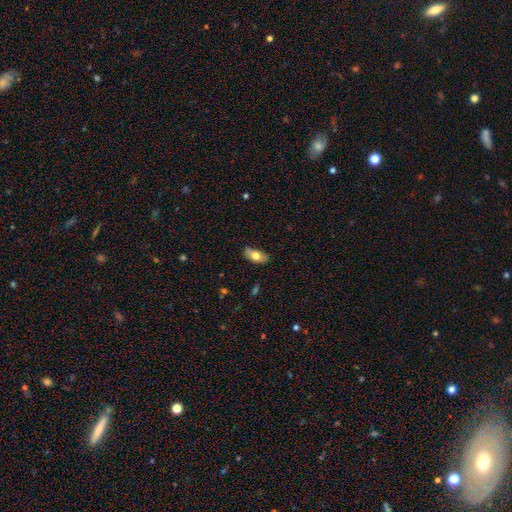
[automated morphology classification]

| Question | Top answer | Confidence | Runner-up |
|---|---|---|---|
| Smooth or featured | smooth | 70% | featured or disk (24%) |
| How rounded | in between | 89% | cigar-shaped (6%) |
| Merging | none | 70% | minor disturbance (24%) |